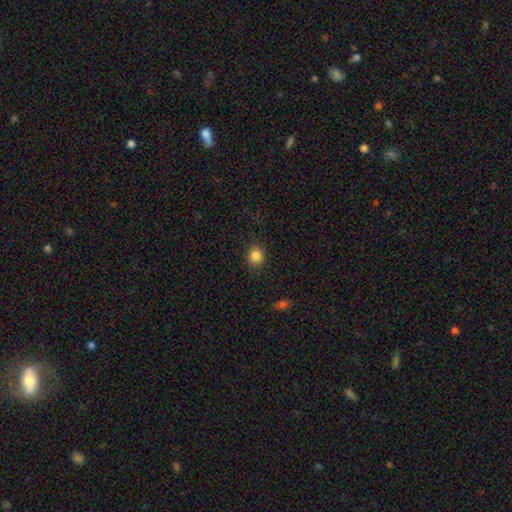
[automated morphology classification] Smooth or featured?
  - smooth: 85% *
  - star or artifact: 11%
  - featured or disk: 4%
How rounded?
  - round: 80% *
  - in between: 20%
  - cigar-shaped: 1%
Merging?
  - none: 88% *
  - minor disturbance: 8%
  - major disturbance: 3%
  - merger: 1%